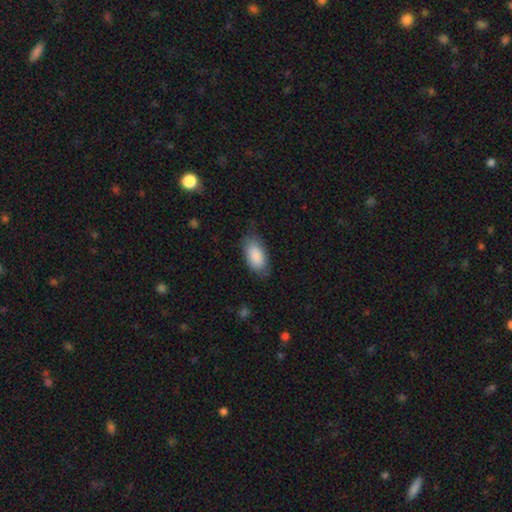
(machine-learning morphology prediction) This is clearly a smooth galaxy (88%). How rounded: clearly in between (94%). Merging: likely none (75%).